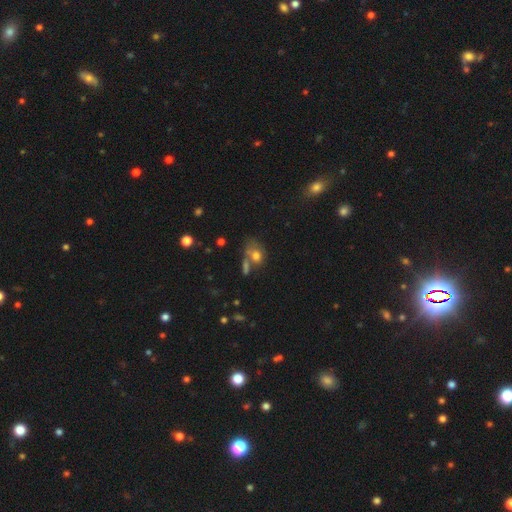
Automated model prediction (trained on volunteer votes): Morphology: type=smooth (72%); roundness=in between (63%); merging=none (38%).